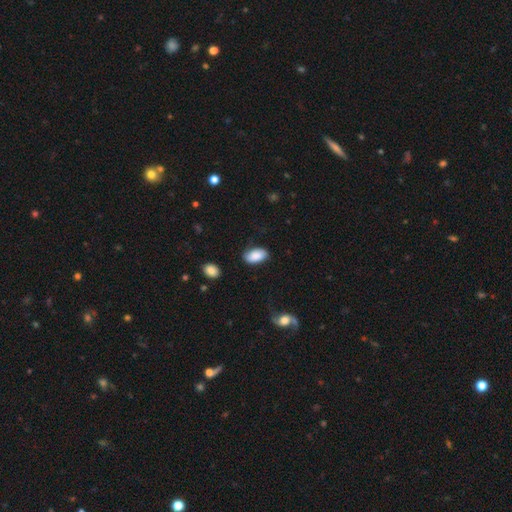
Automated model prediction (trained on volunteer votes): A smooth galaxy with no disk features (87%) that is in between round and cigar-shaped (95%). Merging: none (78%).